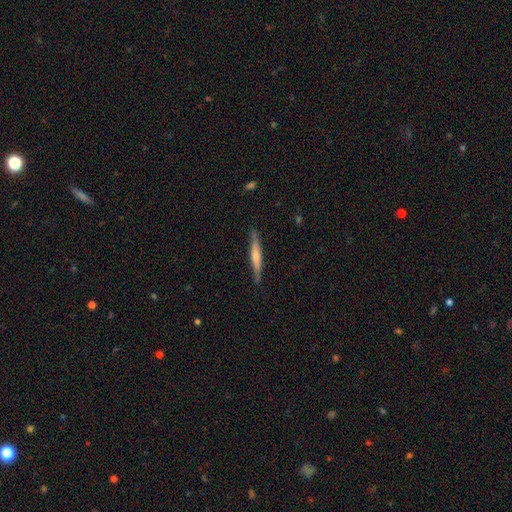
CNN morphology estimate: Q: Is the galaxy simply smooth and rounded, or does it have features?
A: featured or disk — 62%.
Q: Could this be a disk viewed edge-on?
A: yes — 97%.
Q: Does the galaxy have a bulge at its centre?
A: rounded — 65%.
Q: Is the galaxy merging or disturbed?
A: none — 89%.